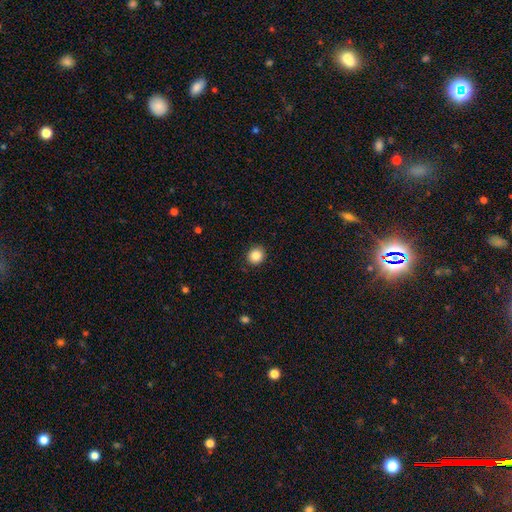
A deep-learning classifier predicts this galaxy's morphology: A smooth galaxy with no disk features (86%) that is round (86%).

Vote fractions:
- Smooth or featured? smooth: 86% / star or artifact: 10% / featured or disk: 4%
- How rounded? round: 86% / in between: 13% / cigar-shaped: 1%
- Merging? none: 91% / minor disturbance: 6% / major disturbance: 2% / merger: 1%